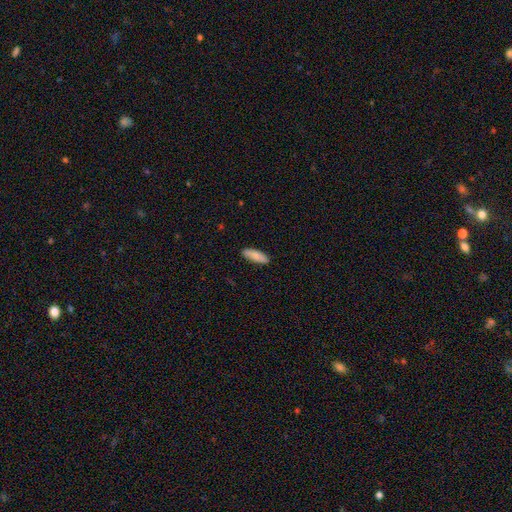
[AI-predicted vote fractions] A smooth galaxy with no disk features (83%) that is in between round and cigar-shaped (60%). Merging: none (87%).